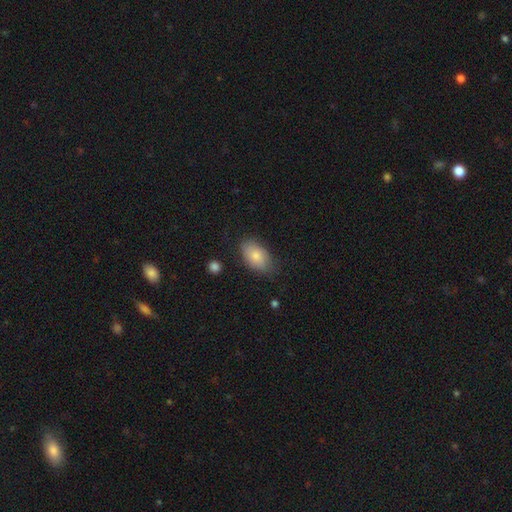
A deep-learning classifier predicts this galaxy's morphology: The model was most divided on "merging": none: 74%, minor disturbance: 20%, major disturbance: 5%, merger: 2%. More confident: how rounded — in between (92%); smooth or featured — smooth (78%).